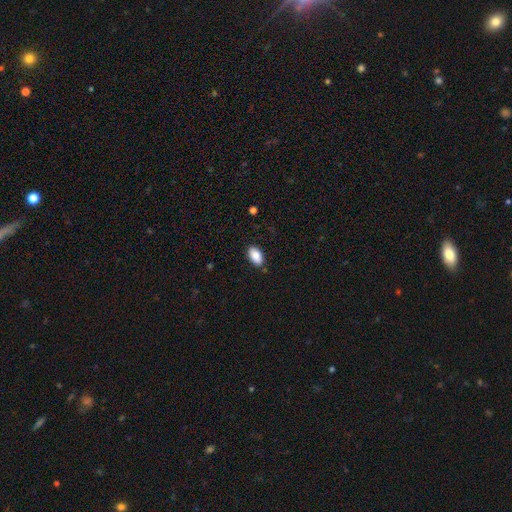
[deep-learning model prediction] Q: Smooth or featured?
A: smooth (88%); runner-up: star or artifact (7%)
Q: How rounded?
A: in between (94%); runner-up: round (4%)
Q: Merging?
A: none (86%); runner-up: minor disturbance (11%)